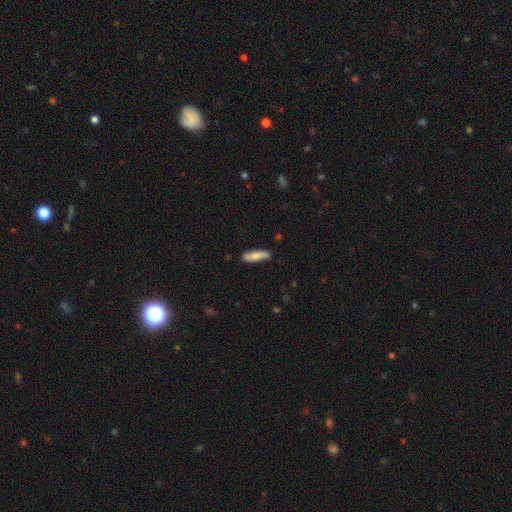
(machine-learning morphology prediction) Q: Smooth or featured?
A: smooth (72%); runner-up: featured or disk (22%)
Q: How rounded?
A: cigar-shaped (63%); runner-up: in between (35%)
Q: Merging?
A: none (77%); runner-up: minor disturbance (18%)